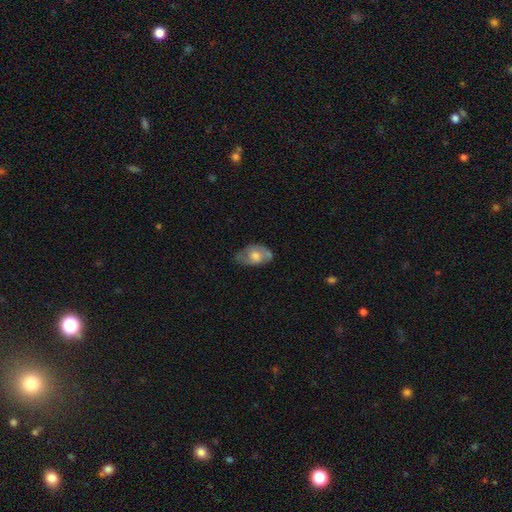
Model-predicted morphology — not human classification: smooth-or-featured: featured or disk: 51% | smooth: 42% | star or artifact: 7%
  disk-edge-on: no: 91% | yes: 9%
  merging: none: 59% | minor disturbance: 28% | major disturbance: 10% | merger: 3%